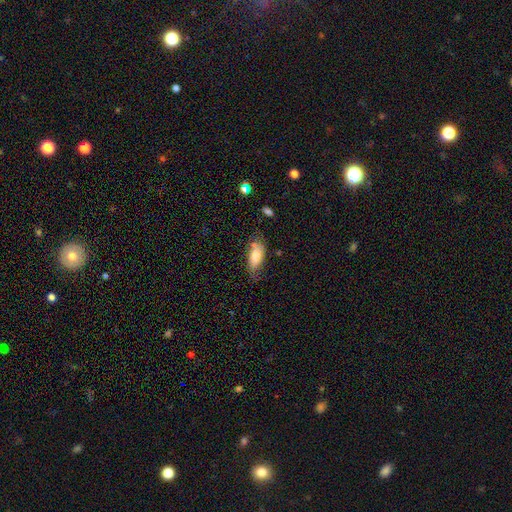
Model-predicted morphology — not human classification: This appears to be a smooth galaxy with no disk features (77%) that is in between round and cigar-shaped (83%). Merging: none (61%).